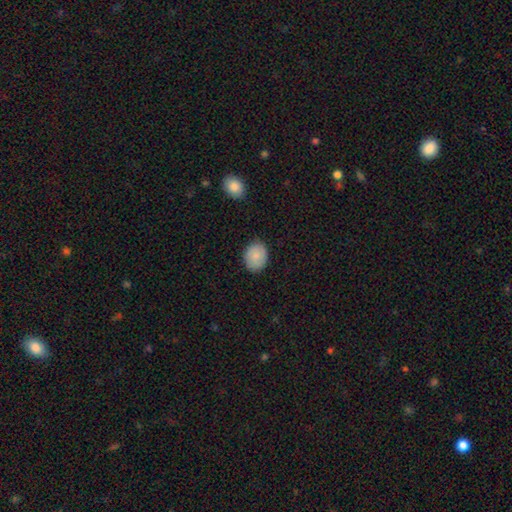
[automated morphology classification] This appears to be a smooth galaxy with no disk features (84%) that is in between round and cigar-shaped (59%). Merging: none (84%).